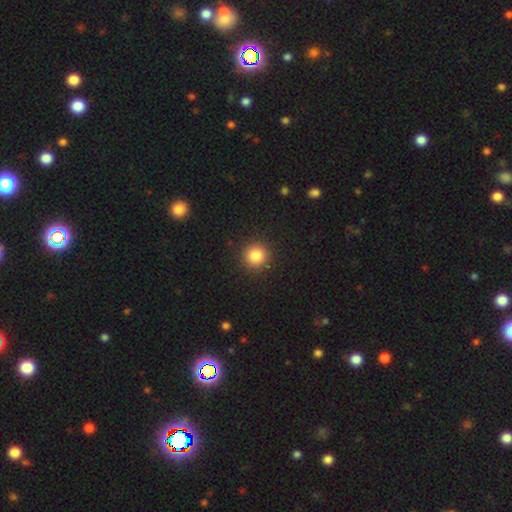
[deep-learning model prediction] A smooth galaxy with no disk features (85%) that is round (94%). Merging: none (92%).